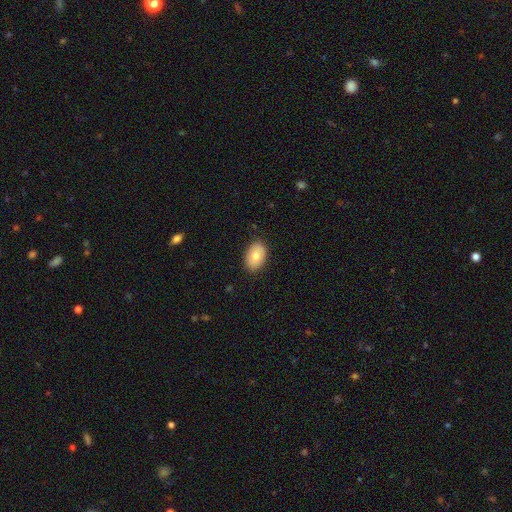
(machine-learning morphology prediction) smooth-or-featured: smooth: 79% | featured or disk: 14% | star or artifact: 7%
  how-rounded: in between: 87% | round: 12% | cigar-shaped: 1%
  merging: none: 87% | minor disturbance: 10% | major disturbance: 2% | merger: 1%